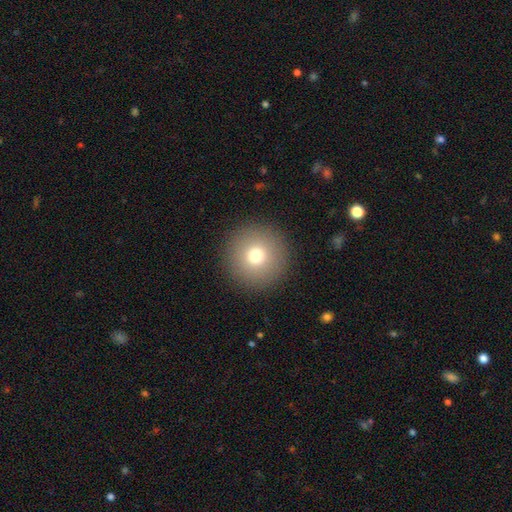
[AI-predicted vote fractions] The model was most divided on "smooth or featured": smooth: 75%, star or artifact: 13%, featured or disk: 12%. More confident: how rounded — round (96%); merging — none (92%).